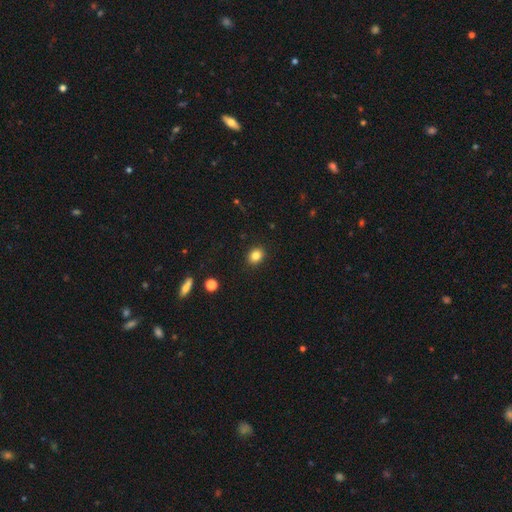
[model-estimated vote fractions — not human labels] Morphology: type=smooth (83%); roundness=round (51%); merging=none (90%).